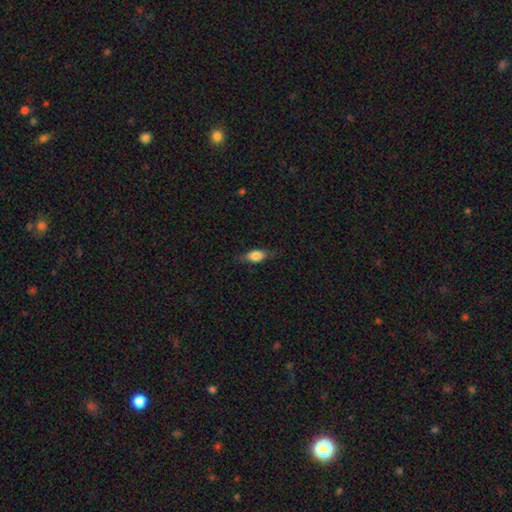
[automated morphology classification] Smooth or featured? Predicted: smooth (p=0.71). How rounded? Predicted: in between (p=0.77). Merging? Predicted: none (p=0.74).